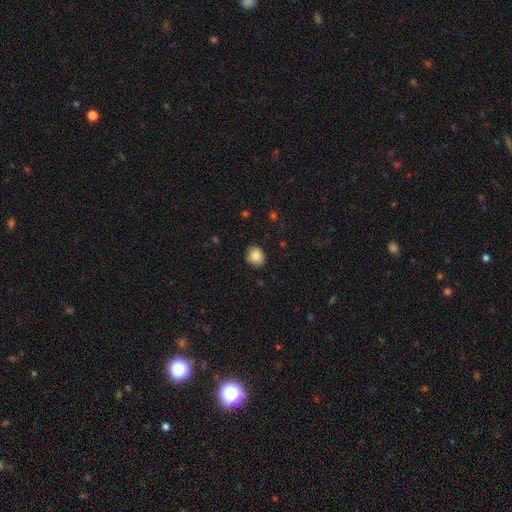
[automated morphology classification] Smooth or featured?
  - smooth: 85% *
  - star or artifact: 8%
  - featured or disk: 6%
How rounded?
  - round: 57% *
  - in between: 43%
  - cigar-shaped: 1%
Merging?
  - none: 84% *
  - minor disturbance: 12%
  - major disturbance: 2%
  - merger: 1%